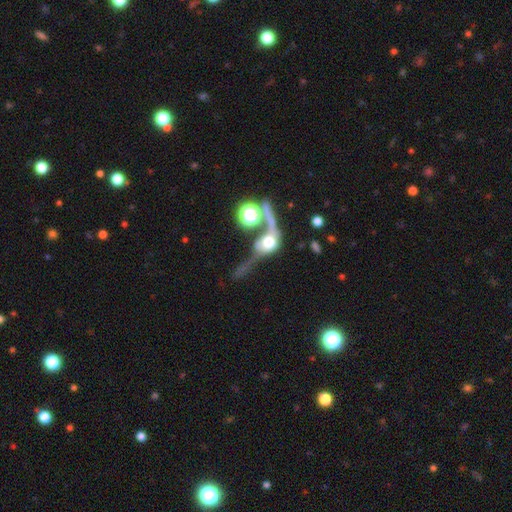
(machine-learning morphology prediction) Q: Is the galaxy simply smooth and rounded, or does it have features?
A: featured or disk — 49%.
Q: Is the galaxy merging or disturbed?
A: merger — 39%.